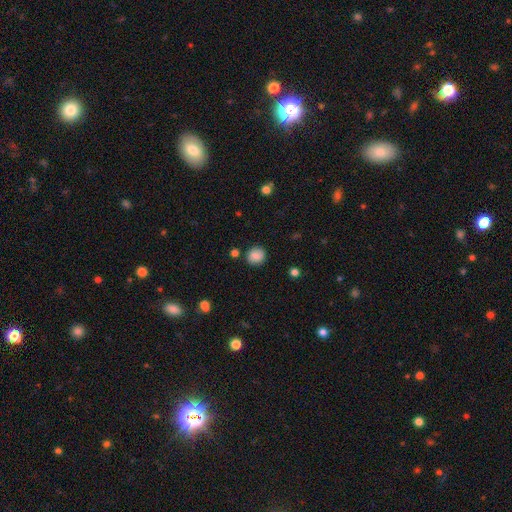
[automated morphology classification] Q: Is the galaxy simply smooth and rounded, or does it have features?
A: smooth — 86%.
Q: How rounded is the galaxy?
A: round — 82%.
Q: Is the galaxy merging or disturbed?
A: none — 86%.